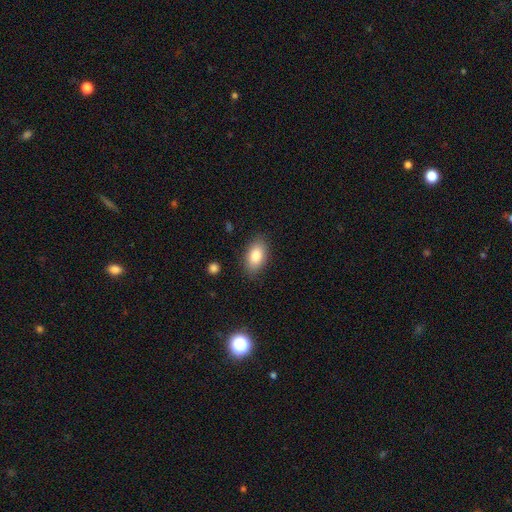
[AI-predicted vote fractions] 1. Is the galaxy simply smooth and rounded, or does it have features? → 84% smooth, 9% featured or disk, 7% star or artifact.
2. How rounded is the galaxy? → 92% in between, 6% round, 2% cigar-shaped.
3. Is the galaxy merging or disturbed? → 84% none, 11% minor disturbance, 3% major disturbance, 1% merger.